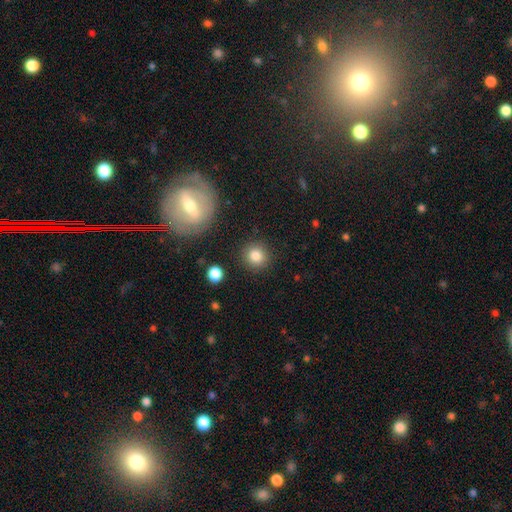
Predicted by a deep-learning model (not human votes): A smooth galaxy with no disk features (84%) that is round (90%).

Vote fractions:
- Smooth or featured? smooth: 84% / star or artifact: 10% / featured or disk: 6%
- How rounded? round: 90% / in between: 9% / cigar-shaped: 1%
- Merging? none: 89% / minor disturbance: 6% / major disturbance: 2% / merger: 2%